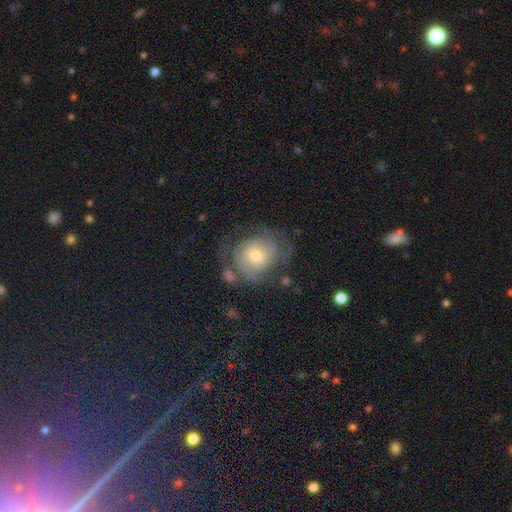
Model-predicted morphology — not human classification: Smooth or featured?
  - featured or disk: 71% *
  - smooth: 21%
  - star or artifact: 8%
Edge-on disk?
  - no: 97% *
  - yes: 3%
Bar?
  - no: 70% *
  - weak: 26%
  - strong: 5%
Spiral arms?
  - yes: 87% *
  - no: 13%
Spiral winding?
  - tight: 62% *
  - medium: 28%
  - loose: 10%
Spiral arm count?
  - can't tell: 45% *
  - 2: 23%
  - 3: 15%
  - 4: 7%
  - 1: 5%
  - more than 4: 5%
Bulge size?
  - moderate: 47% *
  - small: 46%
  - large: 4%
  - none: 1%
  - dominant: 1%
Merging?
  - none: 62% *
  - minor disturbance: 19%
  - major disturbance: 15%
  - merger: 4%